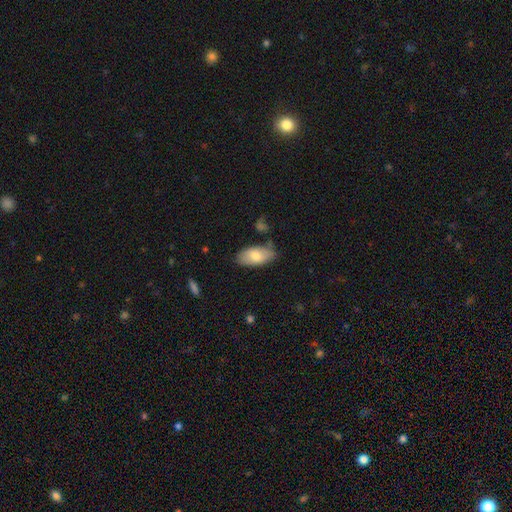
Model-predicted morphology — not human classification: Smooth or featured? Predicted: smooth (p=0.75). How rounded? Predicted: in between (p=0.92). Merging? Predicted: none (p=0.77).